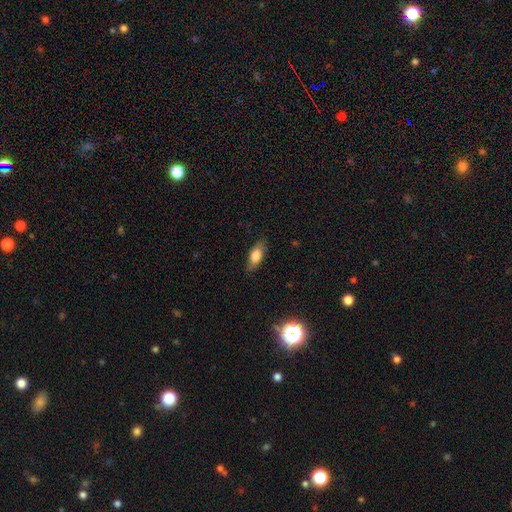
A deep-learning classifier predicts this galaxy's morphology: smooth 73%, featured or disk 19%, star or artifact 8%. Down the decision tree: how rounded — in between (79%); merging — none (82%).